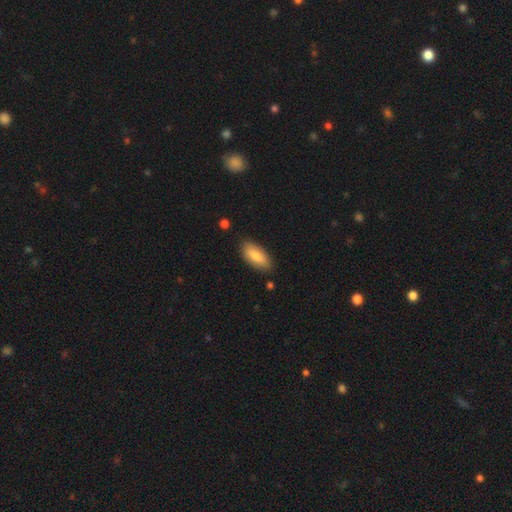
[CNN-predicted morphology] Q: Smooth or featured?
A: smooth (80%); runner-up: featured or disk (14%)
Q: How rounded?
A: in between (84%); runner-up: cigar-shaped (14%)
Q: Merging?
A: none (84%); runner-up: minor disturbance (12%)